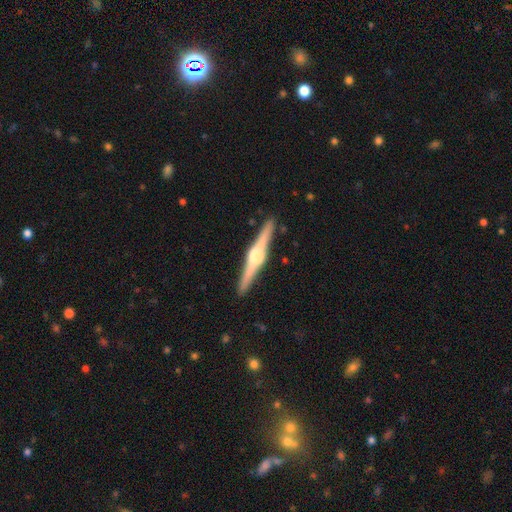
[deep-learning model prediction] Overall: featured or disk (81%). Edge-on disk: yes (98%). Edge-on bulge: rounded (90%). Merging: none (91%).